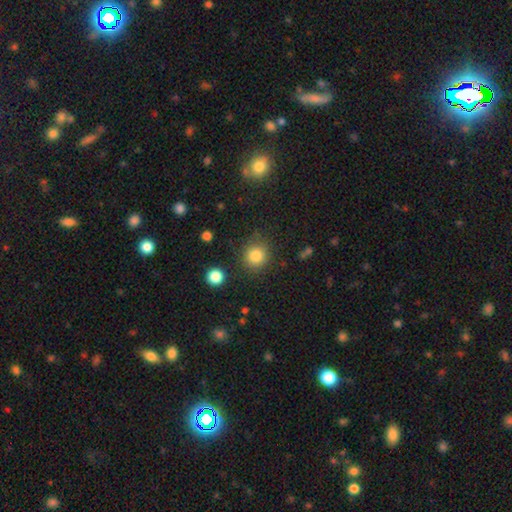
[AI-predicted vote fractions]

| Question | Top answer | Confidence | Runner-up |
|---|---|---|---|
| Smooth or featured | smooth | 82% | star or artifact (12%) |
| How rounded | round | 89% | in between (11%) |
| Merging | none | 84% | minor disturbance (9%) |